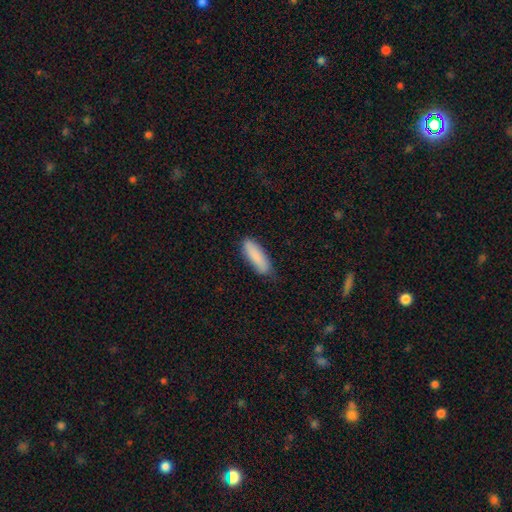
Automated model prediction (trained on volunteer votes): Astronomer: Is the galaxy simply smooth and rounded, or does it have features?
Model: smooth — 86%.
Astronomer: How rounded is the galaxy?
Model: cigar-shaped — 51% (runner-up: in between, 48%).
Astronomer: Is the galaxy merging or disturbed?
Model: none — 76%.